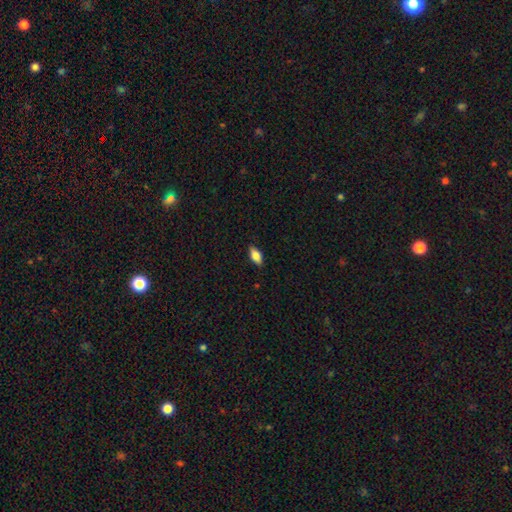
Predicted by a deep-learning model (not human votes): Smooth or featured? smooth (77%)
How rounded? in between (87%)
Merging? none (87%)